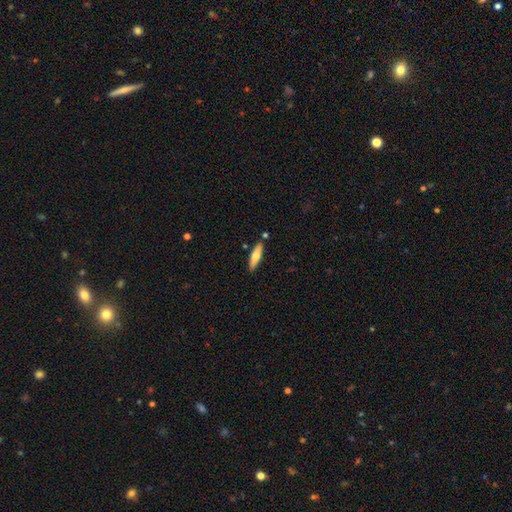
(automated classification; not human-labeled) A smooth galaxy with no disk features (62%) that is cigar-shaped (65%). Merging: none (84%).